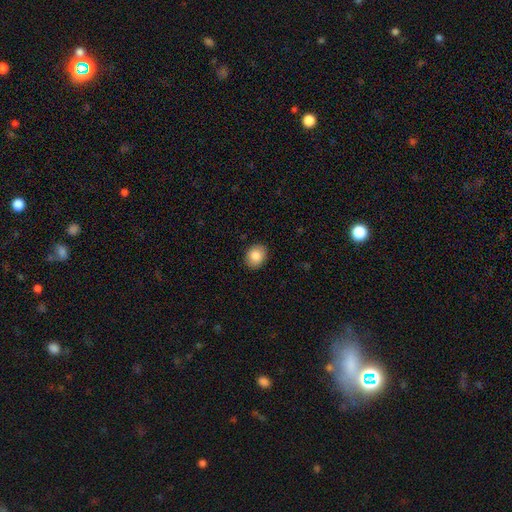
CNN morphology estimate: The model was most divided on "how rounded": round: 52%, in between: 47%, cigar-shaped: 1%. More confident: merging — none (90%); smooth or featured — smooth (85%).